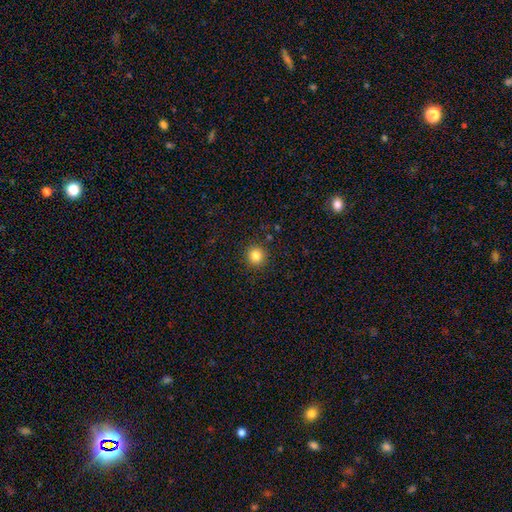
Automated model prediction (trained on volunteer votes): Overall: smooth (83%). How rounded: round (93%). Merging: none (91%).